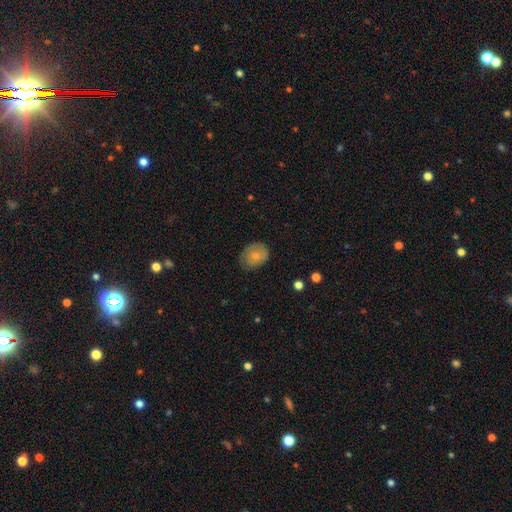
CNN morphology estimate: This appears to be a smooth galaxy with no disk features (72%) that is in between round and cigar-shaped (60%). Merging: none (70%).